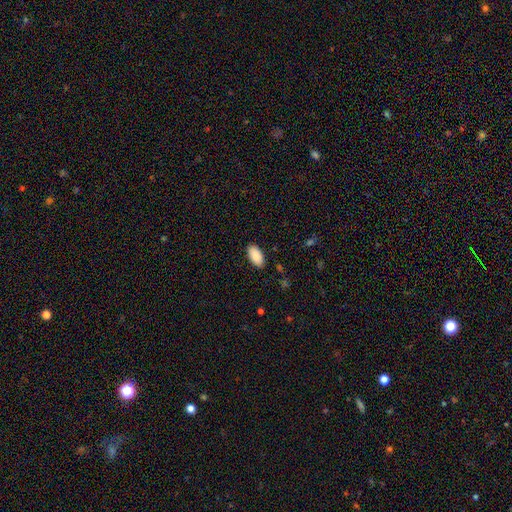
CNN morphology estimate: The model was most divided on "merging": none: 88%, minor disturbance: 9%, major disturbance: 2%, merger: 1%. More confident: how rounded — in between (95%); smooth or featured — smooth (88%).